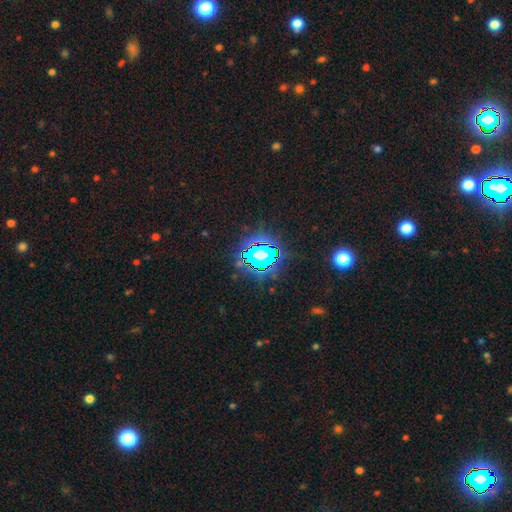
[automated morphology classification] type=star or artifact (73%).